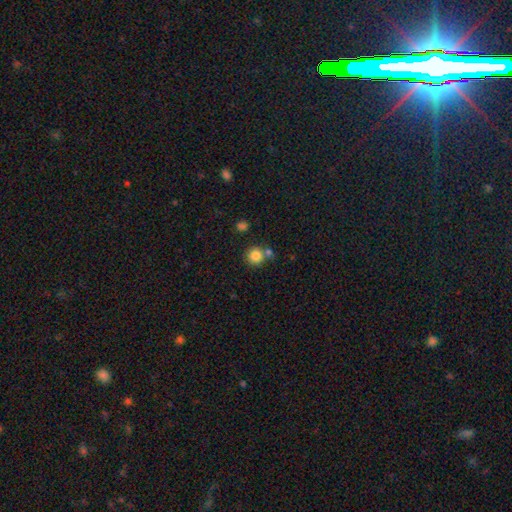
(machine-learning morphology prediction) Smooth or featured?
  - smooth: 84% *
  - star or artifact: 10%
  - featured or disk: 6%
How rounded?
  - round: 93% *
  - in between: 6%
  - cigar-shaped: 1%
Merging?
  - none: 69% *
  - merger: 19%
  - minor disturbance: 9%
  - major disturbance: 3%